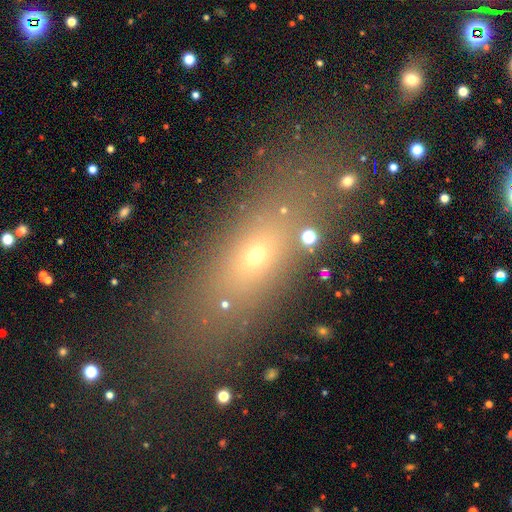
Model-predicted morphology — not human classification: Q: Smooth or featured?
A: smooth (60%); runner-up: star or artifact (21%)
Q: How rounded?
A: in between (60%); runner-up: cigar-shaped (29%)
Q: Merging?
A: none (71%); runner-up: minor disturbance (13%)